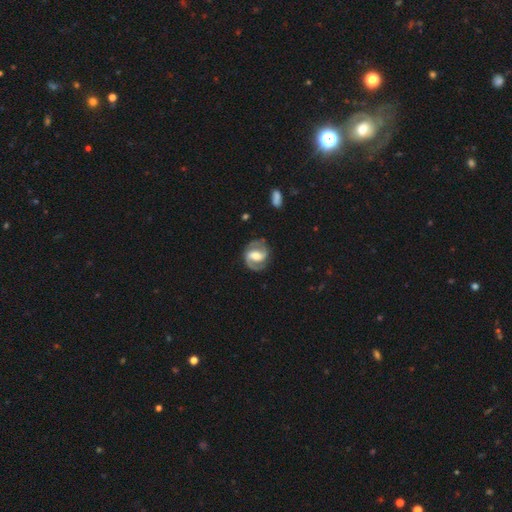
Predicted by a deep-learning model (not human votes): Morphology: type=featured or disk (86%); edge-on=no (98%); bar=weak (45%); spiral arms=yes (95%); winding=medium (55%); arm count=2 (92%); bulge=moderate (53%); merging=none (81%).